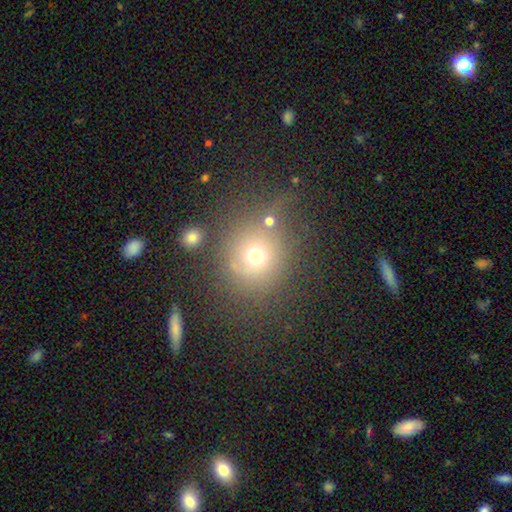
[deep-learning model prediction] Smooth or featured? Predicted: smooth (p=0.66). How rounded? Predicted: round (p=0.87). Merging? Predicted: none (p=0.64).